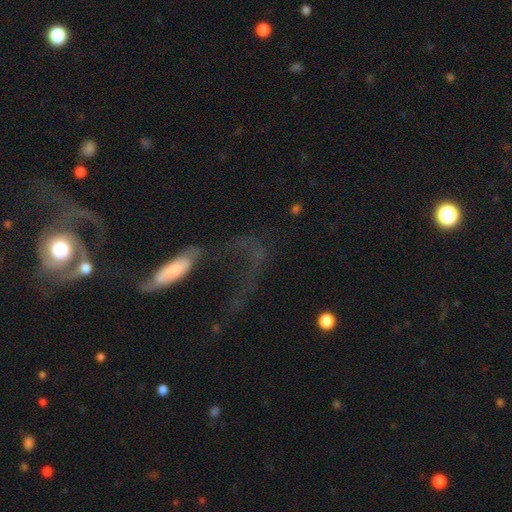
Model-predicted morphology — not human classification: type=featured or disk (53%); edge-on=no (81%); merging=major disturbance (44%).